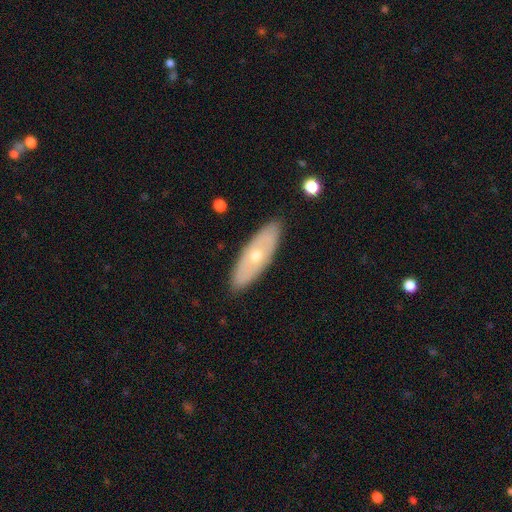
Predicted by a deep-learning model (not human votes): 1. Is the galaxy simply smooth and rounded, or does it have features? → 49% smooth, 45% featured or disk, 6% star or artifact.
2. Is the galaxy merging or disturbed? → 87% none, 10% minor disturbance, 2% major disturbance, 1% merger.